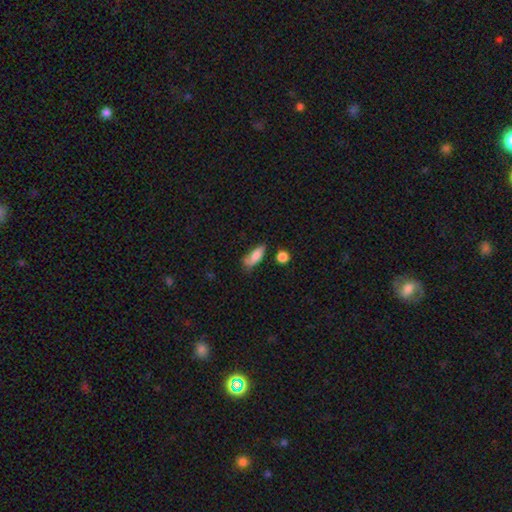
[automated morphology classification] A smooth galaxy with no disk features (80%) that is in between round and cigar-shaped (73%). Merging: none (50%).